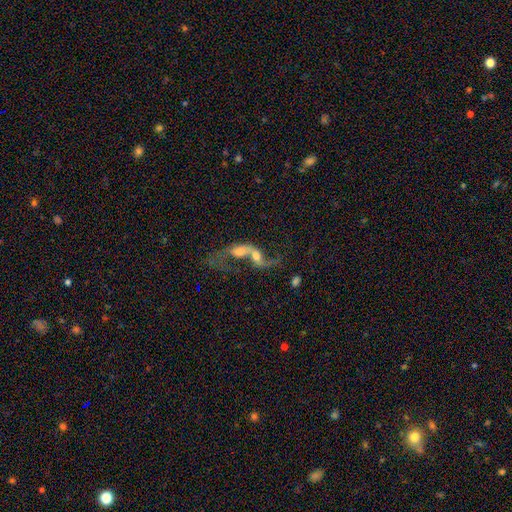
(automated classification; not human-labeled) The model was most divided on "bulge size": moderate: 43%, small: 22%, large: 19%, none: 12%, dominant: 4%. More confident: edge-on disk — no (93%); merging — merger (74%); spiral arms — yes (69%); smooth or featured — featured or disk (64%); bar — no (61%).